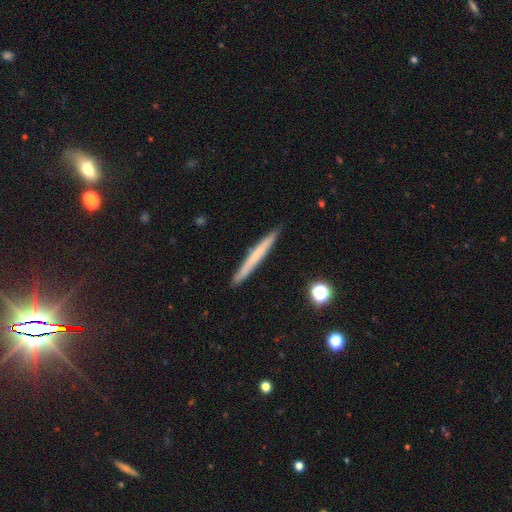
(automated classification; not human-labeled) Q: Smooth or featured?
A: smooth (54%); runner-up: featured or disk (39%)
Q: How rounded?
A: cigar-shaped (97%); runner-up: in between (2%)
Q: Merging?
A: none (90%); runner-up: minor disturbance (7%)